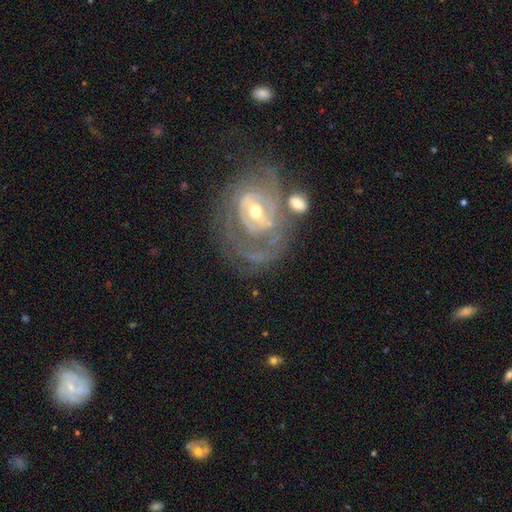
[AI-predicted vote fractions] Overall: featured or disk (83%). Edge-on disk: no (96%). Bar: weak (40%; no 36%). Spiral arms: yes (78%). Spiral arm count: 2 (37%; can't tell 35%). Spiral winding: tight (55%; medium 32%). Bulge size: moderate (57%; small 38%). Merging: none (49%; major disturbance 22%).